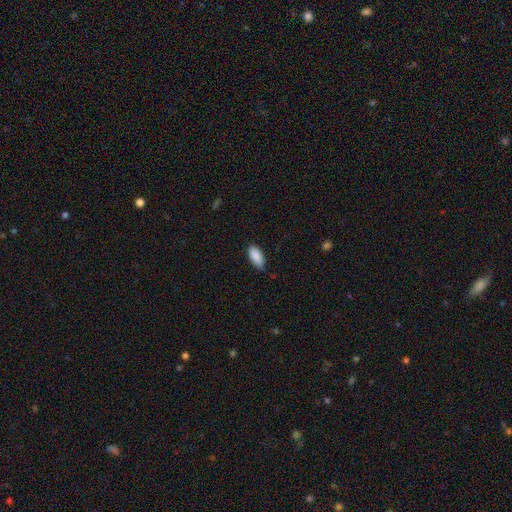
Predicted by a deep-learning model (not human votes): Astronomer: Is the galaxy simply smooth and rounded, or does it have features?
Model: smooth — 89%.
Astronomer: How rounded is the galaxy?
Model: in between — 91%.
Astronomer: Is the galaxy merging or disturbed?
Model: none — 68%.